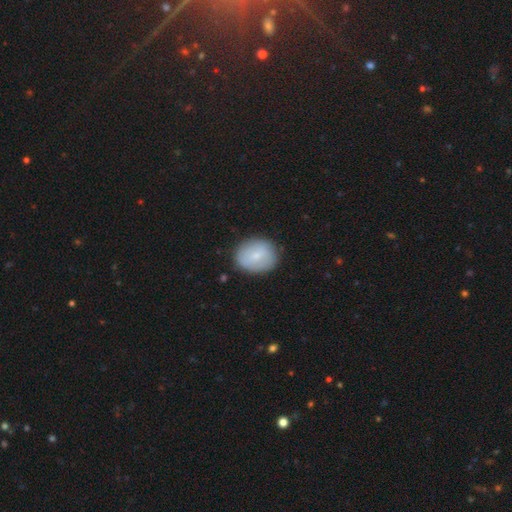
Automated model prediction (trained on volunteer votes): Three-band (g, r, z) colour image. It shows a smooth galaxy with no disk features (71%) that is round (56%). Merging: none (84%).